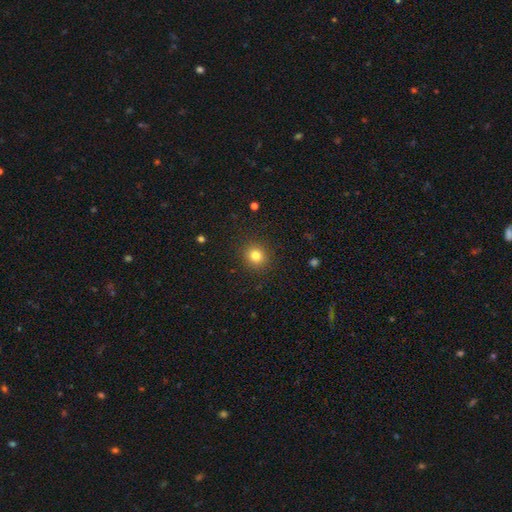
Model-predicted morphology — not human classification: A smooth galaxy with no disk features (81%) that is round (90%).

Vote fractions:
- Smooth or featured? smooth: 81% / star or artifact: 13% / featured or disk: 6%
- How rounded? round: 90% / in between: 9% / cigar-shaped: 1%
- Merging? none: 91% / minor disturbance: 6% / major disturbance: 2% / merger: 1%